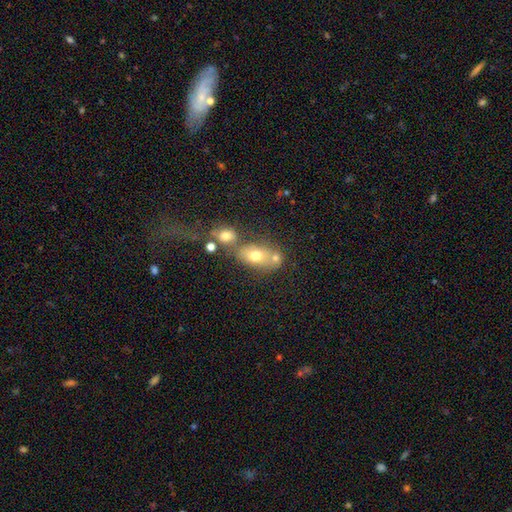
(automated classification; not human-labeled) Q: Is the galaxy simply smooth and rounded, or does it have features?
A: smooth — 69%.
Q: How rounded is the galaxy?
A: in between — 74%.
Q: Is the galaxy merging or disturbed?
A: none — 45%.